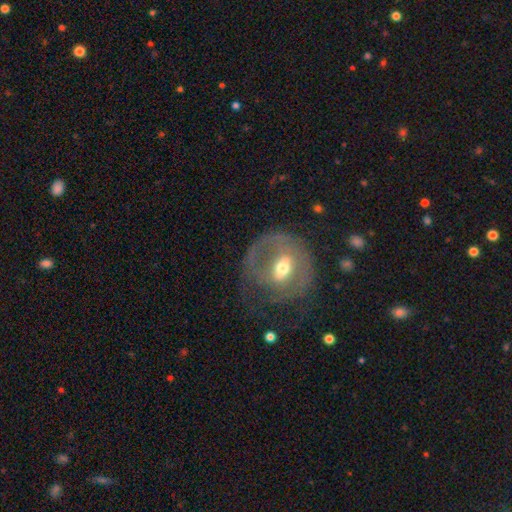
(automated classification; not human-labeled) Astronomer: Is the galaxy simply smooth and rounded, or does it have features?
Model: featured or disk — 65%.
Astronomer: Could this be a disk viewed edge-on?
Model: no — 94%.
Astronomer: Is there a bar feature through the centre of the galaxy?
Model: weak — 42% (runner-up: no, 32%).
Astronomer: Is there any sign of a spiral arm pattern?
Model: no — 52% (runner-up: yes, 48%).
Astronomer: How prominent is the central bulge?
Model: moderate — 70%.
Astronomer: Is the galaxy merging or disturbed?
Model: none — 60%.